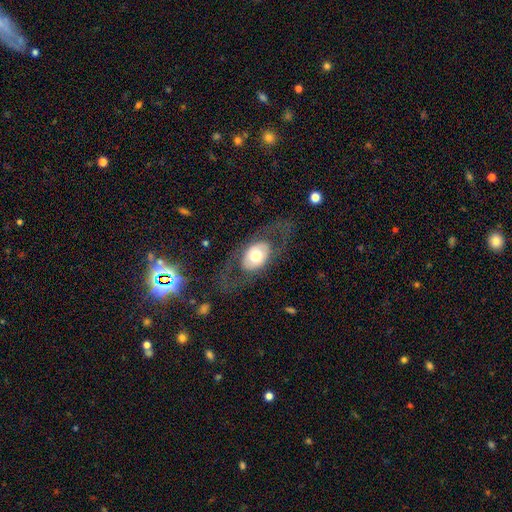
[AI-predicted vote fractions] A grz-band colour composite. It shows a featured or disk galaxy (51%). Merging: none (74%).